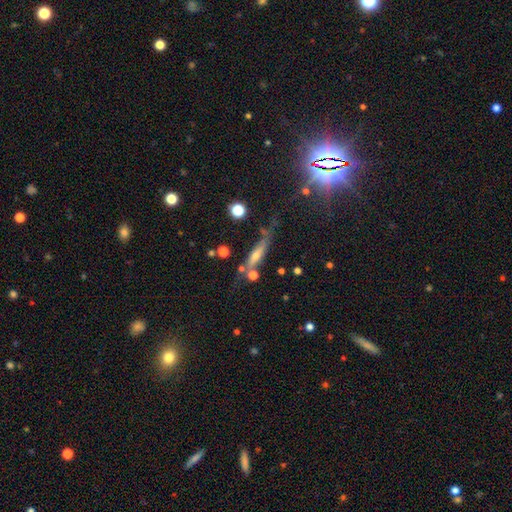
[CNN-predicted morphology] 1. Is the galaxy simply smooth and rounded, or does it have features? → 46% featured or disk, 38% smooth, 16% star or artifact.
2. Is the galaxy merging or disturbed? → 54% none, 22% minor disturbance, 12% merger, 12% major disturbance.